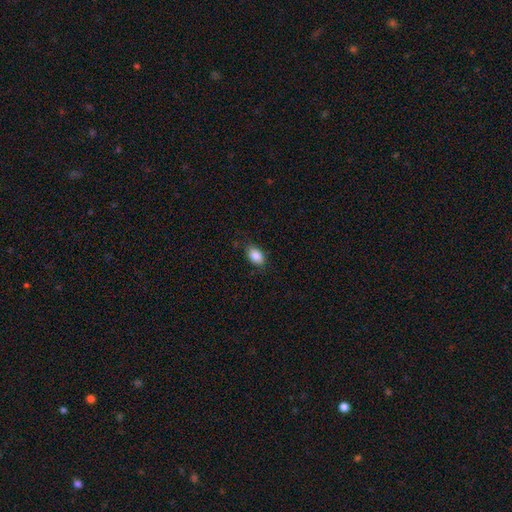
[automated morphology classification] Smooth or featured? smooth (87%)
How rounded? in between (89%)
Merging? none (82%)